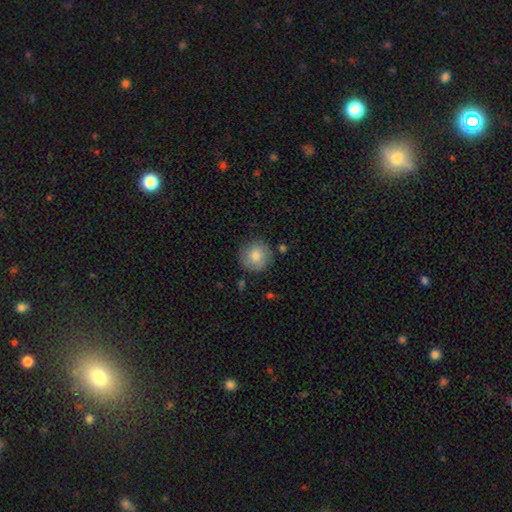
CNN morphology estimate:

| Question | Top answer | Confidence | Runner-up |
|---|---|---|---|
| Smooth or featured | smooth | 80% | featured or disk (12%) |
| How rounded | round | 93% | in between (6%) |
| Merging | none | 85% | minor disturbance (10%) |